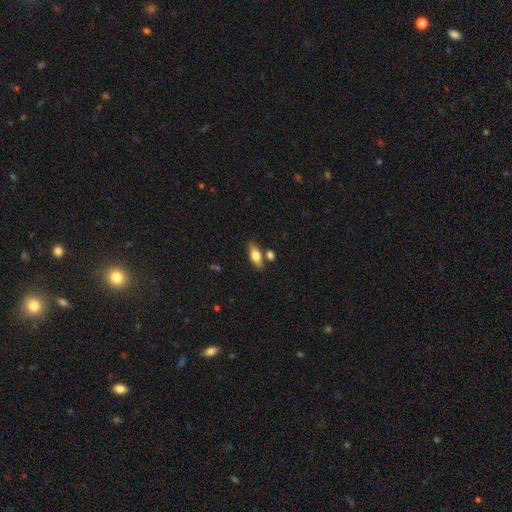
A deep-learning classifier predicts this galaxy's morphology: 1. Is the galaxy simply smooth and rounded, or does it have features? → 71% smooth, 21% featured or disk, 7% star or artifact.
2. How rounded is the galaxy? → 80% in between, 15% cigar-shaped, 4% round.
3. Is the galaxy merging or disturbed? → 74% none, 12% minor disturbance, 11% merger, 3% major disturbance.